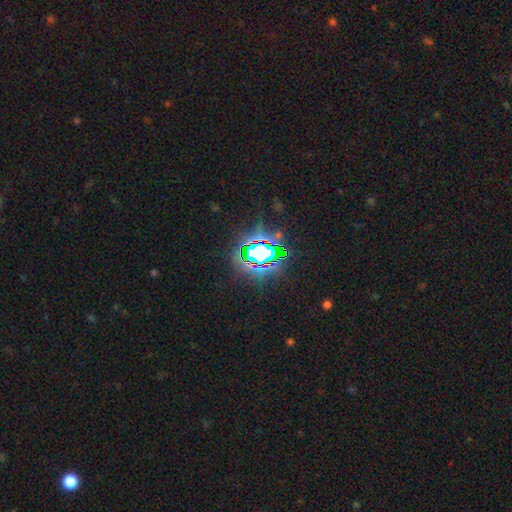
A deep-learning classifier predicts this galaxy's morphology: Smooth or featured? star or artifact (73%)